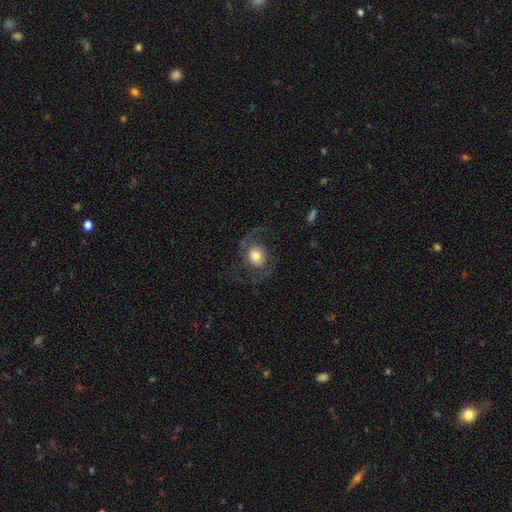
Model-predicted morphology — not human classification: featured or disk 52%, smooth 40%, star or artifact 9%. Down the decision tree: edge-on disk — no (96%); merging — none (59%).